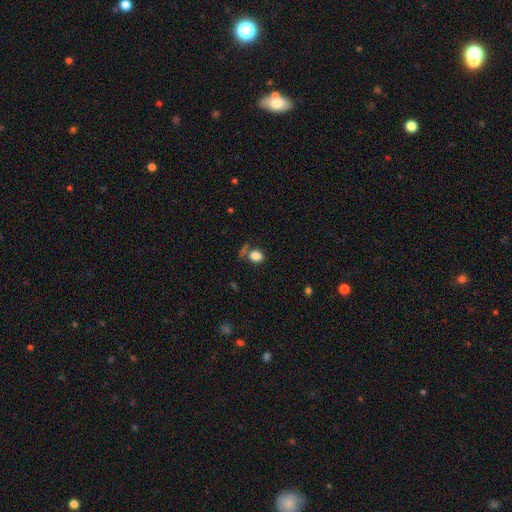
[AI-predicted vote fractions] Morphology: type=smooth (83%); roundness=round (53%); merging=none (64%).